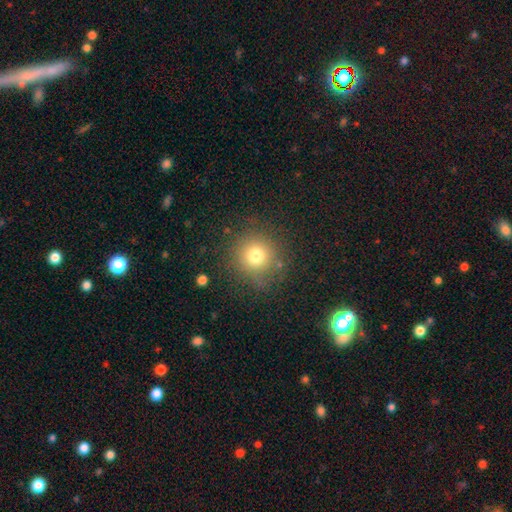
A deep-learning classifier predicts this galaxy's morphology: smooth_or_featured: smooth (p=0.75) [alt: star or artifact p=0.15]
how_rounded: round (p=0.93) [alt: in between p=0.06]
merging: none (p=0.83) [alt: minor disturbance p=0.10]